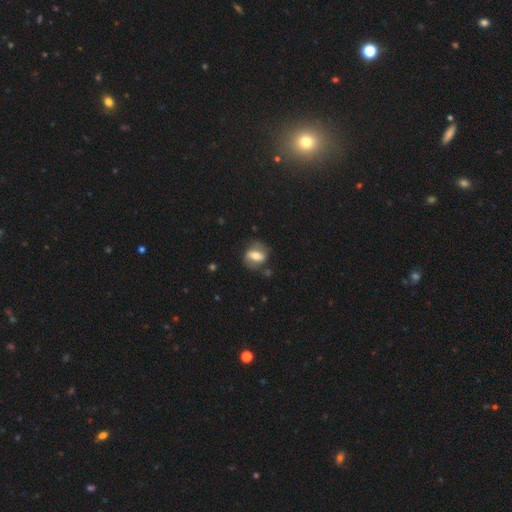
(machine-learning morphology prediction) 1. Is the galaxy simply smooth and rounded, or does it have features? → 47% smooth, 46% featured or disk, 8% star or artifact.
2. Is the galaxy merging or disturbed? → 69% none, 19% minor disturbance, 9% major disturbance, 4% merger.